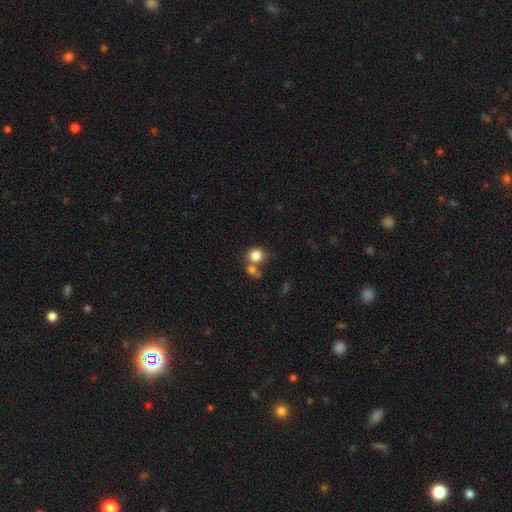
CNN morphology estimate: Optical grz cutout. It shows a smooth galaxy with no disk features (82%) that is round (77%). Merging: none (48%).